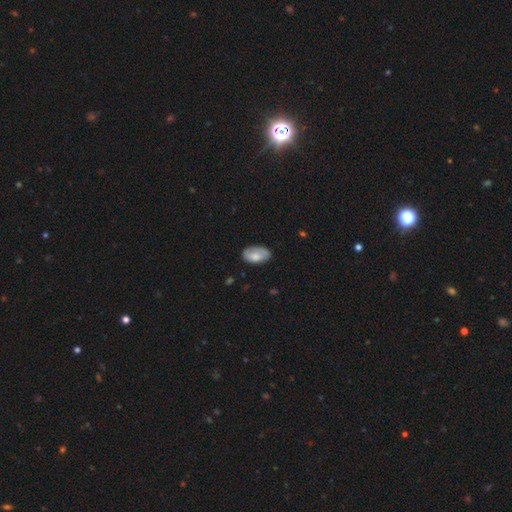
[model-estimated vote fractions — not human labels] smooth 66%, featured or disk 27%, star or artifact 7%. Down the decision tree: how rounded — in between (93%); merging — none (71%).